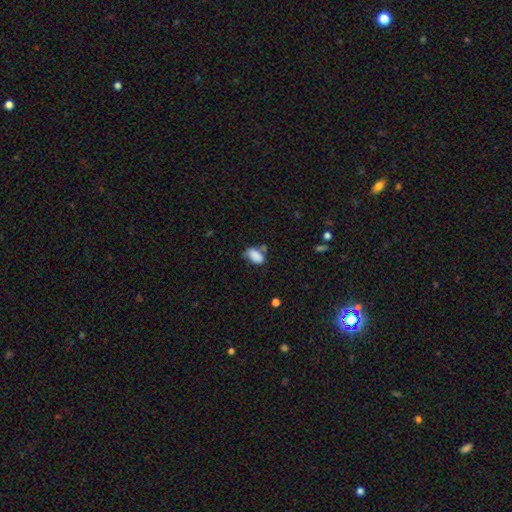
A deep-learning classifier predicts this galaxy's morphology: smooth-or-featured: smooth: 85% | star or artifact: 8% | featured or disk: 7%
  how-rounded: in between: 91% | round: 7% | cigar-shaped: 2%
  merging: none: 47% | minor disturbance: 29% | merger: 13% | major disturbance: 10%